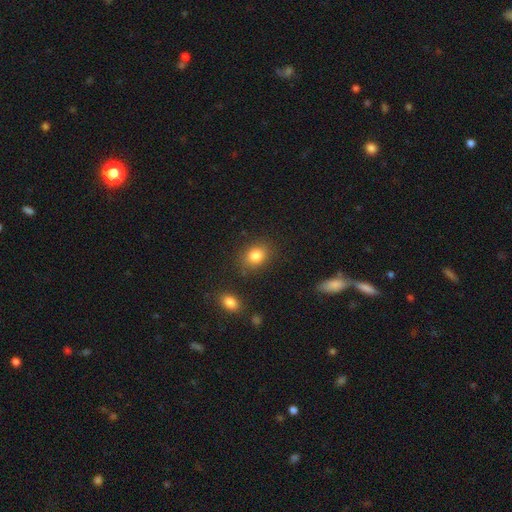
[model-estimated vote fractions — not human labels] Q: Smooth or featured?
A: smooth (83%); runner-up: star or artifact (10%)
Q: How rounded?
A: in between (56%); runner-up: round (43%)
Q: Merging?
A: none (81%); runner-up: minor disturbance (13%)